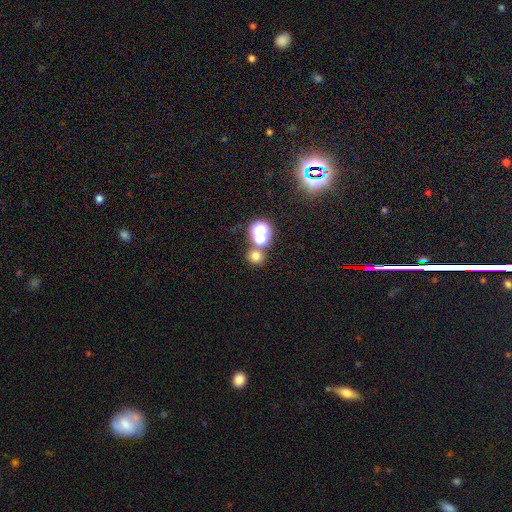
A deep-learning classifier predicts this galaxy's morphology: smooth_or_featured: smooth (p=0.68) [alt: star or artifact p=0.23]
how_rounded: round (p=0.81) [alt: in between p=0.17]
merging: none (p=0.60) [alt: merger p=0.29]